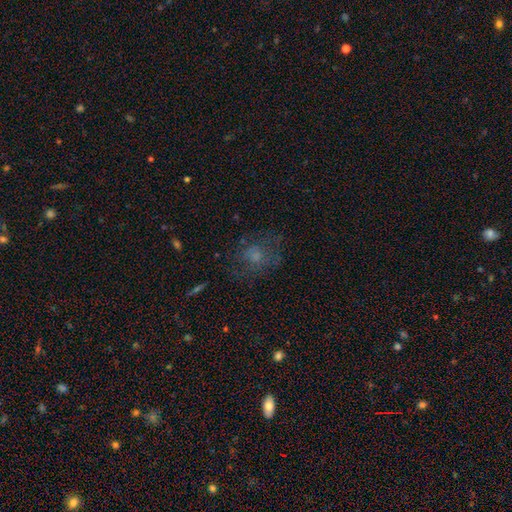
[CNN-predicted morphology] type=smooth (50%); merging=none (59%).